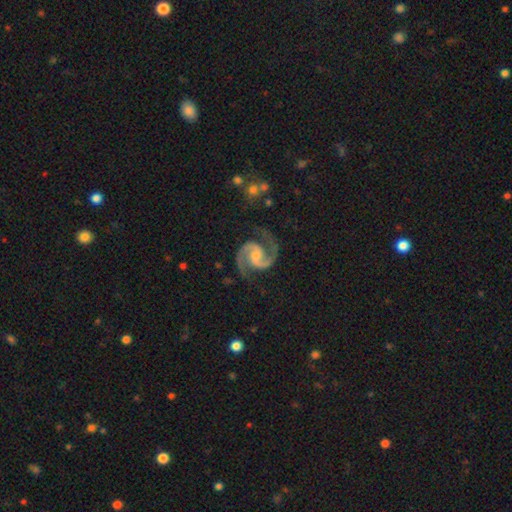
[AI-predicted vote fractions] Smooth or featured? featured or disk (94%)
Edge-on disk? no (99%)
Bar? no (47%)
Spiral arms? yes (99%)
Spiral winding? medium (68%)
Spiral arm count? 2 (94%)
Bulge size? moderate (44%)
Merging? none (78%)